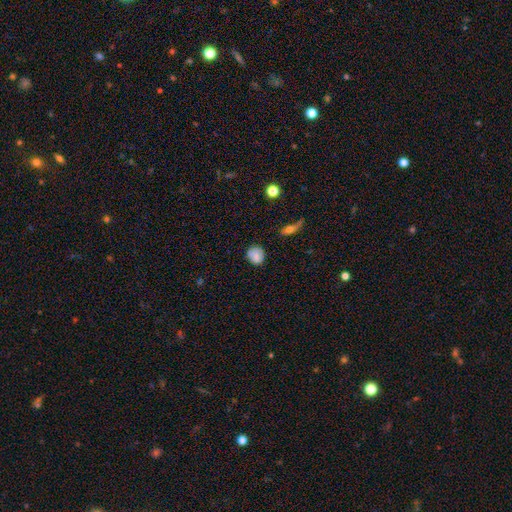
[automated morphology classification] Smooth or featured: smooth — 78% (featured or disk — 12%)
How rounded: round — 76% (in between — 23%)
Merging: none — 76% (minor disturbance — 18%)